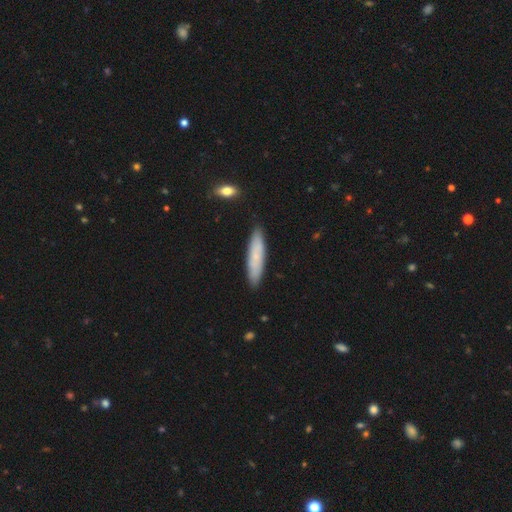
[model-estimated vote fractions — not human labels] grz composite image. It shows a smooth galaxy with no disk features (70%) that is cigar-shaped (82%). Merging: none (88%).